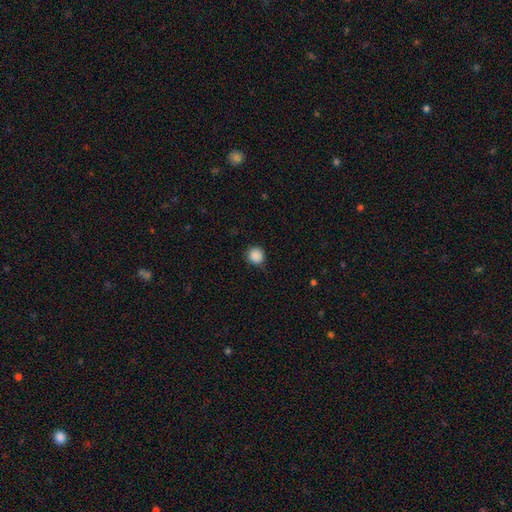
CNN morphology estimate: This appears to be a smooth galaxy with no disk features (88%) that is round (92%). Merging: none (81%).